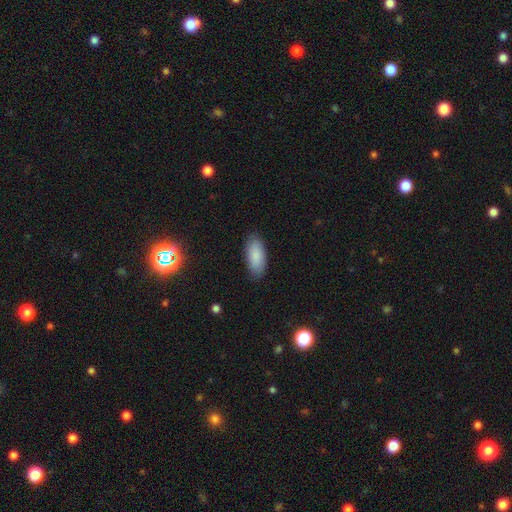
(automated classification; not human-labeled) Morphology: type=smooth (87%); roundness=in between (86%); merging=none (85%).